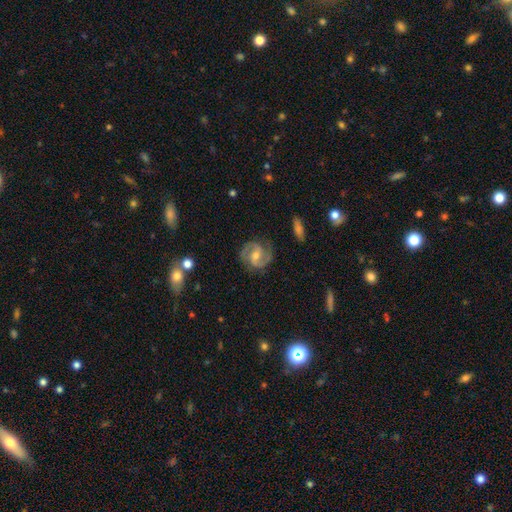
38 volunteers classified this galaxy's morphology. Smooth or featured? 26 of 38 (68%) said featured or disk. Edge-on disk? 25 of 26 (96%) said no. Bar? 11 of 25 (44%) said strong. Spiral arms? 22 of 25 (88%) said yes. Spiral winding? 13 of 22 (59%) said medium. Spiral arm count? 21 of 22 (95%) said 2. Bulge size? 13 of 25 (52%) said moderate. Merging? 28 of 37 (76%) said none.